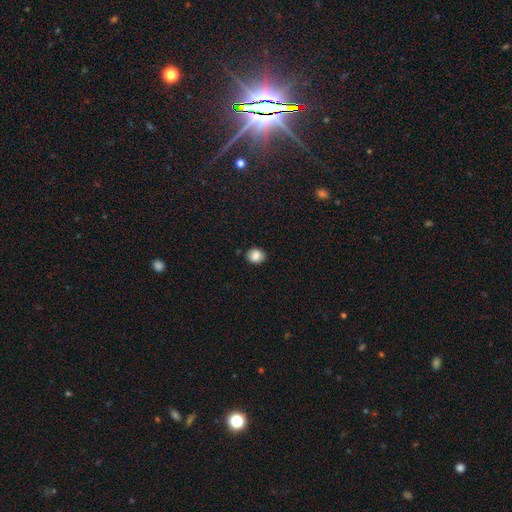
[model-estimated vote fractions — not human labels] This appears to be a smooth galaxy with no disk features (84%) that is round (61%). Merging: none (86%).